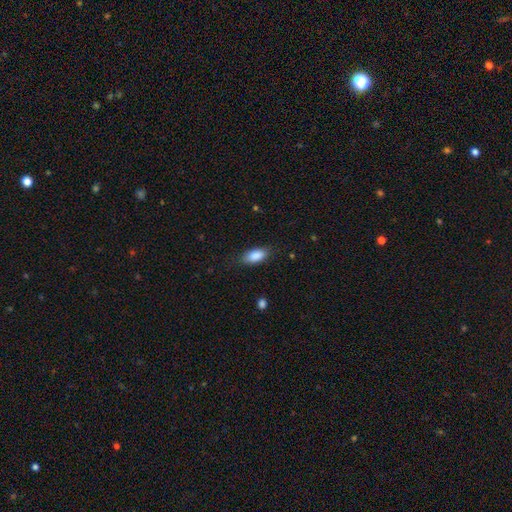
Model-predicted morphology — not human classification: Smooth or featured: smooth — 88% (star or artifact — 6%)
How rounded: in between — 88% (cigar-shaped — 10%)
Merging: none — 80% (minor disturbance — 15%)